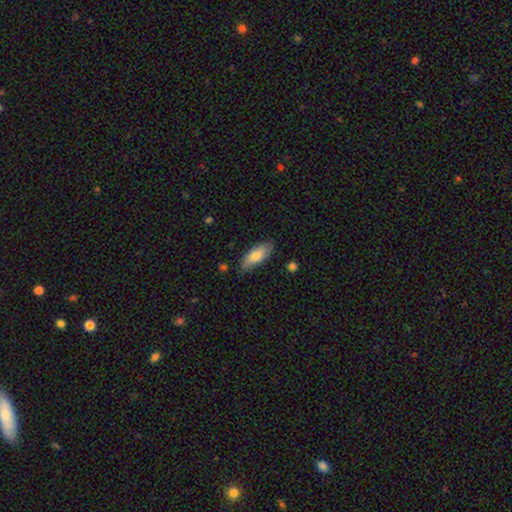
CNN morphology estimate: Q: Smooth or featured?
A: smooth (77%); runner-up: featured or disk (17%)
Q: How rounded?
A: in between (82%); runner-up: cigar-shaped (16%)
Q: Merging?
A: none (76%); runner-up: minor disturbance (19%)